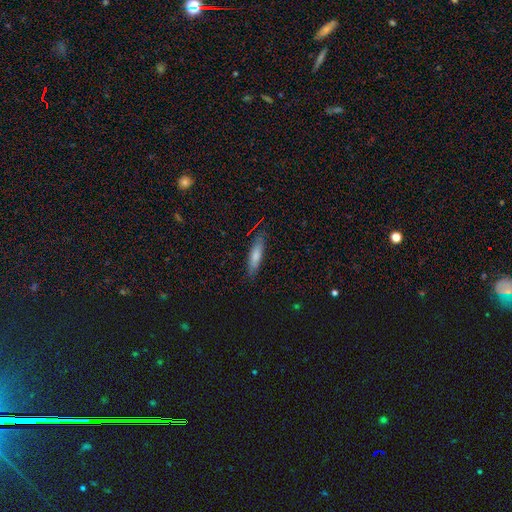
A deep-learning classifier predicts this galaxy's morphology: This is likely a smooth galaxy (74%). How rounded: likely cigar-shaped (70%). Merging: clearly none (81%).